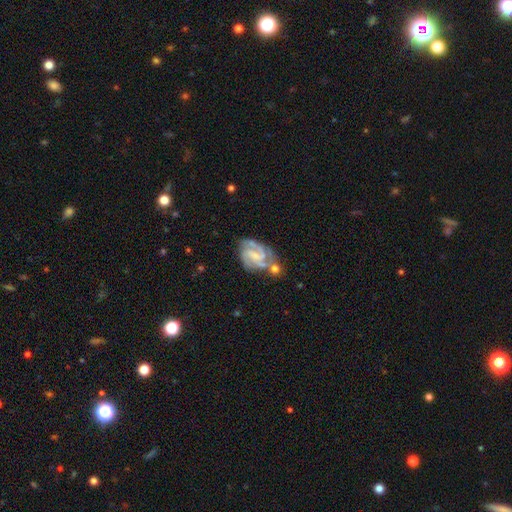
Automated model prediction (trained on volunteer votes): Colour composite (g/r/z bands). It shows a featured or disk galaxy (83%) with a weak bar (47%), 2 (37%) medium (45%) spiral arms (95%) and a small central bulge (48%). Merging: none (49%).